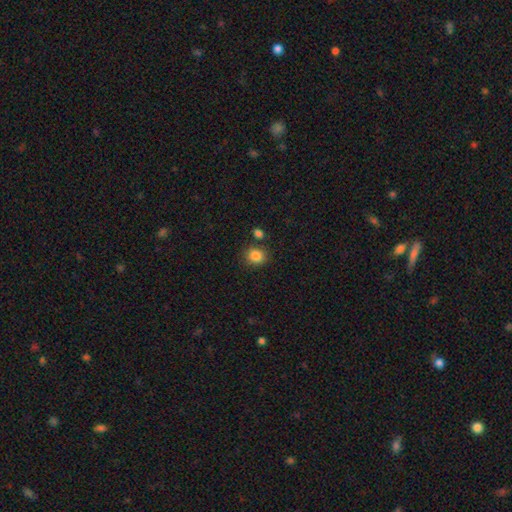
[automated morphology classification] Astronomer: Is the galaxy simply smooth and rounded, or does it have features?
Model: smooth — 85%.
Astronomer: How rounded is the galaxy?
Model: round — 76%.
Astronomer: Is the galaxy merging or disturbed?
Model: none — 79%.